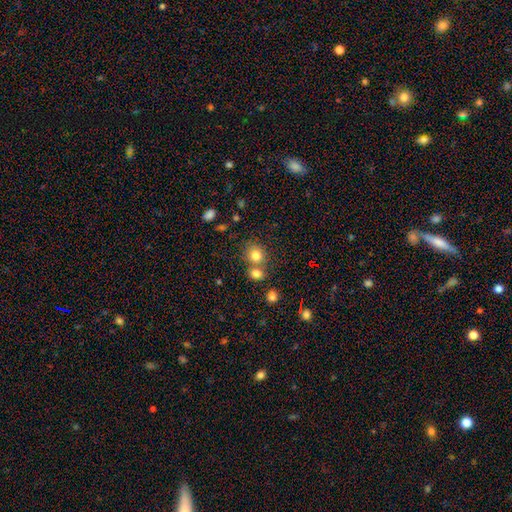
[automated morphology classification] Smooth or featured: smooth — 79% (star or artifact — 12%)
How rounded: round — 79% (in between — 20%)
Merging: none — 56% (merger — 32%)